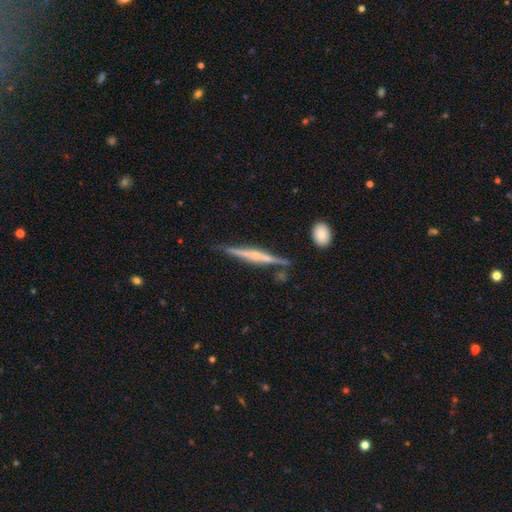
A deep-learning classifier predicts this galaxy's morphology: smooth-or-featured: featured or disk: 70% | smooth: 24% | star or artifact: 6%
  disk-edge-on: yes: 98% | no: 2%
    edge-on-bulge: rounded: 52% | none: 31% | boxy: 17%
  merging: none: 81% | minor disturbance: 12% | merger: 4% | major disturbance: 3%